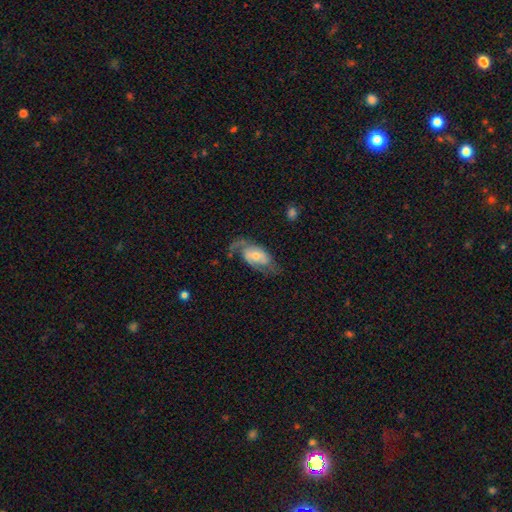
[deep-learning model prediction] smooth-or-featured: featured or disk: 73% | smooth: 21% | star or artifact: 6%
  disk-edge-on: no: 94% | yes: 6%
    bar: no: 62% | weak: 29% | strong: 9%
    has-spiral-arms: yes: 88% | no: 12%
      spiral-winding: medium: 41% | loose: 38% | tight: 20%
      spiral-arm-count: 2: 73% | 1: 13% | can't tell: 10% | 3: 2% | 4: 1% | more than 4: 1%
    bulge-size: moderate: 46% (tied) | small: 46% (tied) | large: 5% | none: 2% | dominant: 1%
  merging: none: 53% | major disturbance: 23% | minor disturbance: 23% | merger: 2%